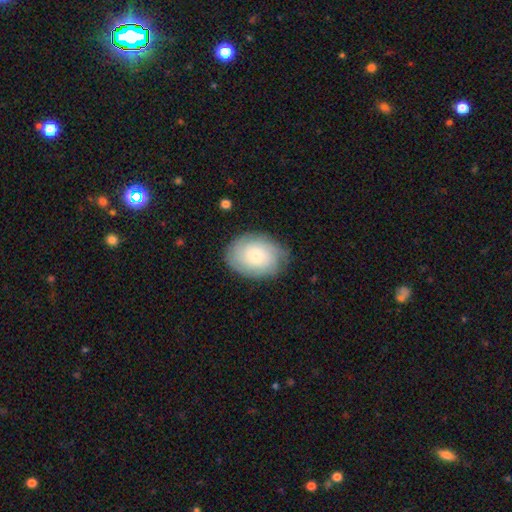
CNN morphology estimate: The model was most divided on "smooth or featured": featured or disk: 49%, smooth: 43%, star or artifact: 8%. More confident: merging — none (80%).